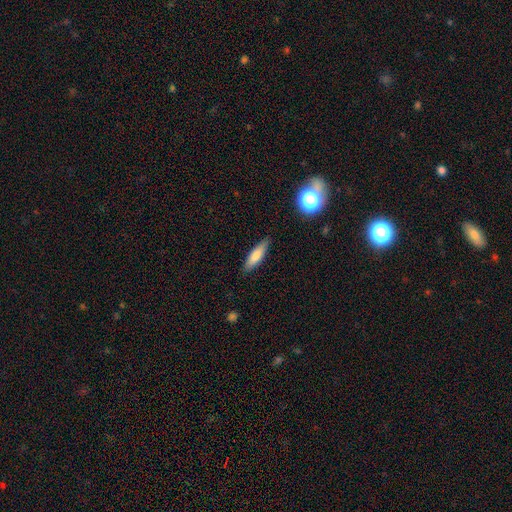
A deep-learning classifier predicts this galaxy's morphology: Smooth or featured: smooth — 75% (featured or disk — 18%)
How rounded: cigar-shaped — 62% (in between — 36%)
Merging: none — 86% (minor disturbance — 10%)